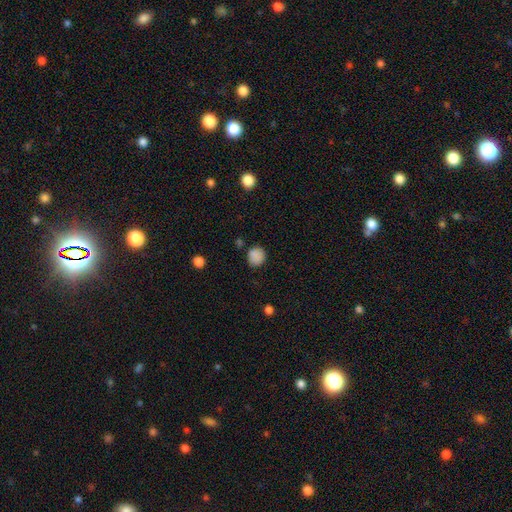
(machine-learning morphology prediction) smooth 86%, star or artifact 10%, featured or disk 4%. Down the decision tree: how rounded — round (83%); merging — none (79%).